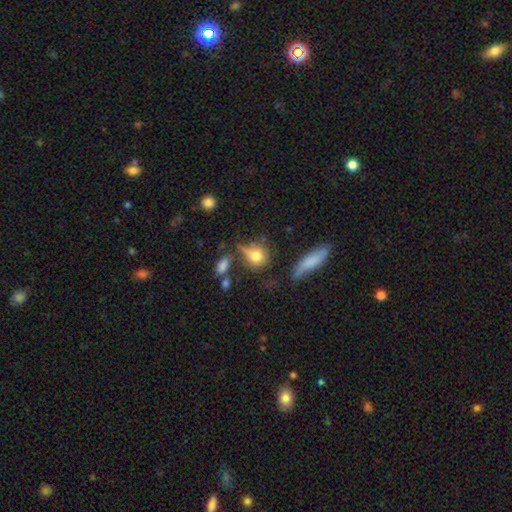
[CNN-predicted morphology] Q: Smooth or featured?
A: smooth (72%); runner-up: featured or disk (16%)
Q: How rounded?
A: round (60%); runner-up: in between (33%)
Q: Merging?
A: none (52%); runner-up: minor disturbance (22%)